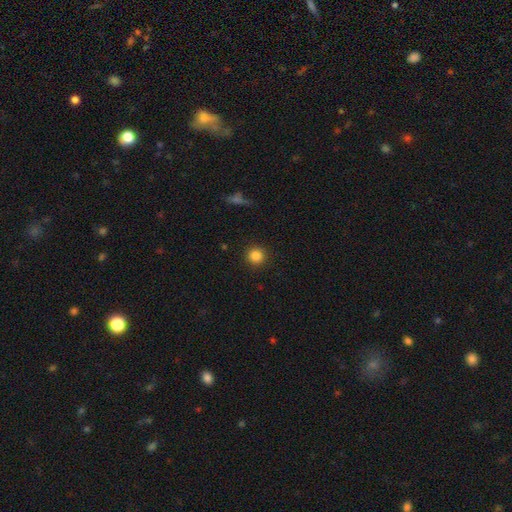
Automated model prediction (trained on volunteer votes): Smooth or featured: smooth — 85% (star or artifact — 11%)
How rounded: round — 94% (in between — 5%)
Merging: none — 91% (minor disturbance — 5%)